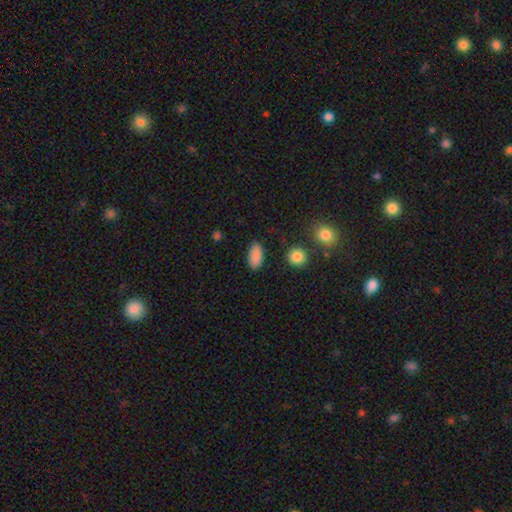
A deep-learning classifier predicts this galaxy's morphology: Q: Smooth or featured?
A: smooth (88%); runner-up: star or artifact (8%)
Q: How rounded?
A: in between (90%); runner-up: cigar-shaped (6%)
Q: Merging?
A: none (87%); runner-up: minor disturbance (9%)